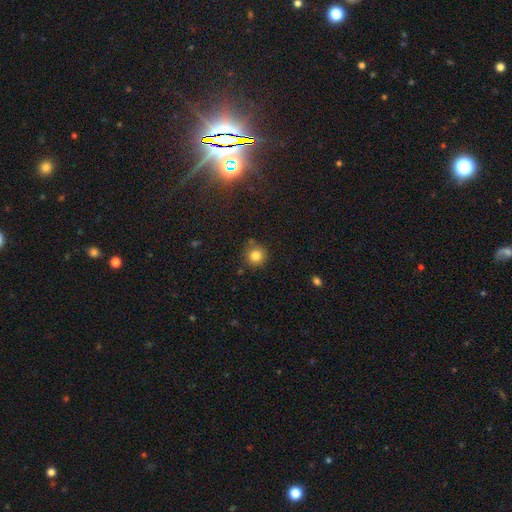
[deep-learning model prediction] Morphology: type=smooth (82%); roundness=round (93%); merging=none (82%).